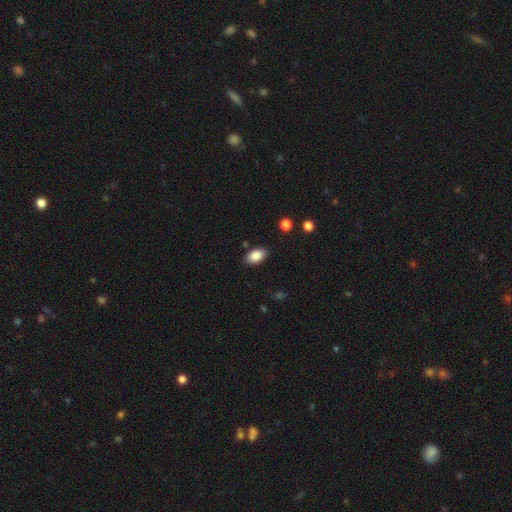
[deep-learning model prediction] Morphology: type=smooth (86%); roundness=in between (91%); merging=none (86%).